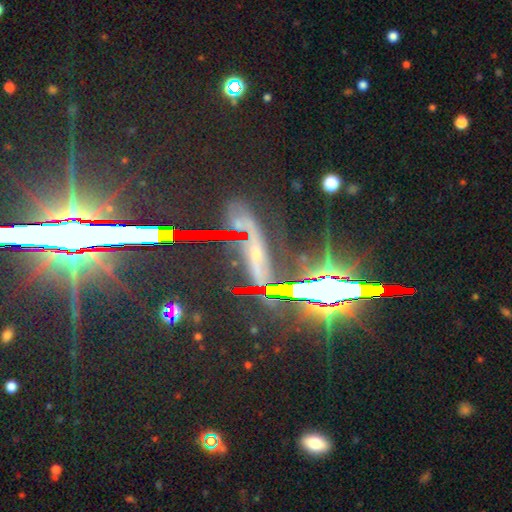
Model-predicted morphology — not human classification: Overall: star or artifact (52%; featured or disk 37%).